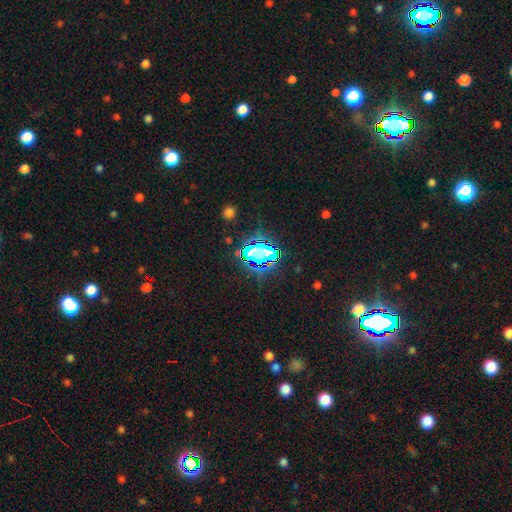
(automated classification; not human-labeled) smooth_or_featured: star or artifact (p=0.80) [alt: smooth p=0.12]